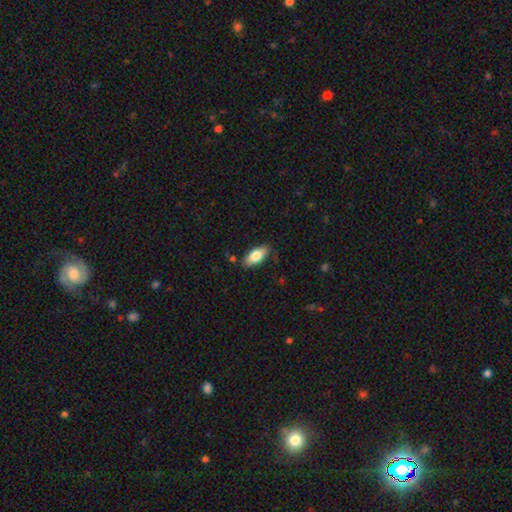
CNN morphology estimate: smooth 78%, featured or disk 16%, star or artifact 6%. Down the decision tree: how rounded — in between (86%); merging — none (83%).